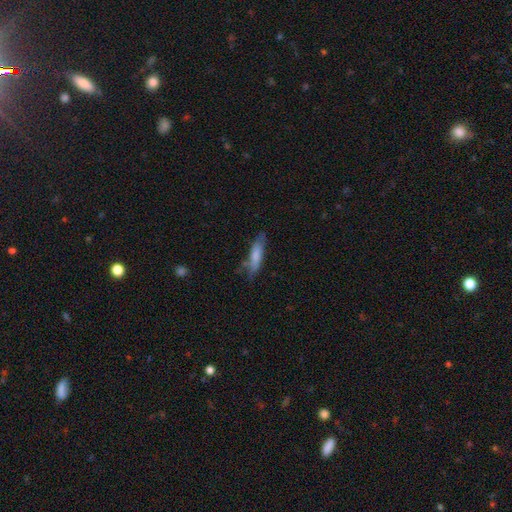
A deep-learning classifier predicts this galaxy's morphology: smooth-or-featured: smooth: 72% | featured or disk: 22% | star or artifact: 6%
  how-rounded: cigar-shaped: 70% | in between: 29% | round: 2%
  merging: none: 65% | minor disturbance: 25% | major disturbance: 7% | merger: 4%